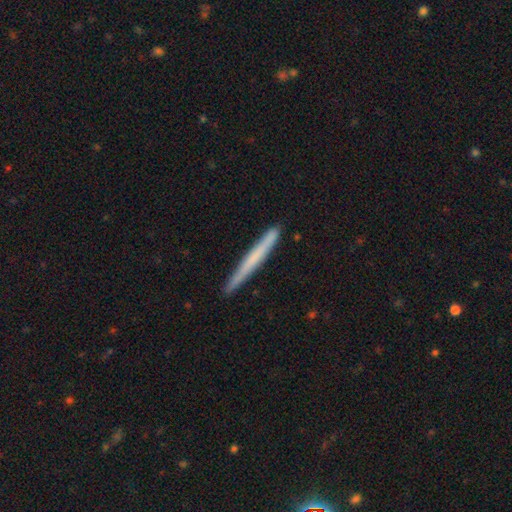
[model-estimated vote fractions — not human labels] smooth-or-featured: smooth: 57% | featured or disk: 37% | star or artifact: 6%
  how-rounded: cigar-shaped: 97% | in between: 2% | round: 1%
  merging: none: 89% | minor disturbance: 9% | major disturbance: 1% | merger: 1%